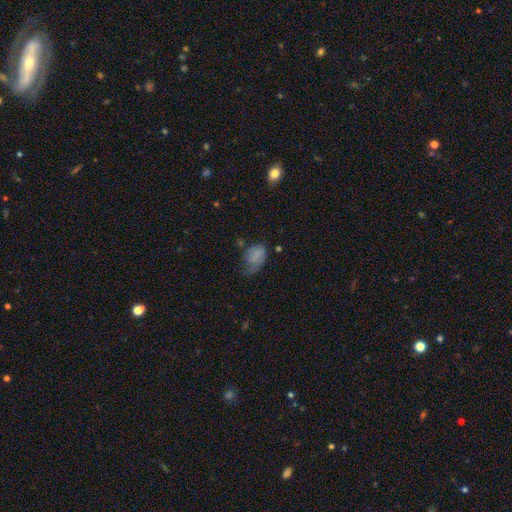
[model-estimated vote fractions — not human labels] Smooth or featured?
  - smooth: 74% *
  - featured or disk: 15%
  - star or artifact: 11%
How rounded?
  - in between: 81% *
  - round: 17%
  - cigar-shaped: 1%
Merging?
  - minor disturbance: 39% *
  - none: 30%
  - major disturbance: 28%
  - merger: 4%